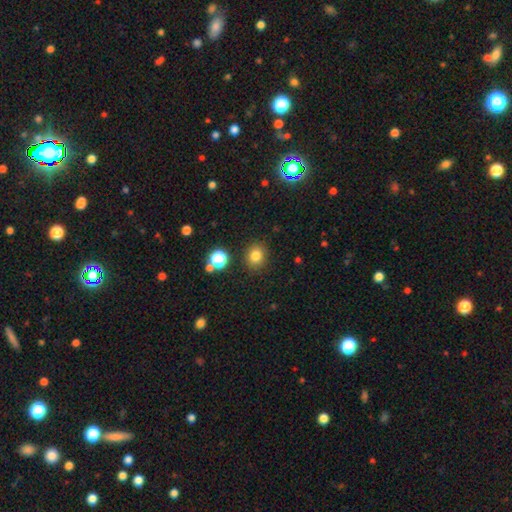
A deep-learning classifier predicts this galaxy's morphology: smooth_or_featured: smooth (p=0.80) [alt: star or artifact p=0.14]
how_rounded: round (p=0.78) [alt: in between p=0.21]
merging: none (p=0.87) [alt: minor disturbance p=0.08]